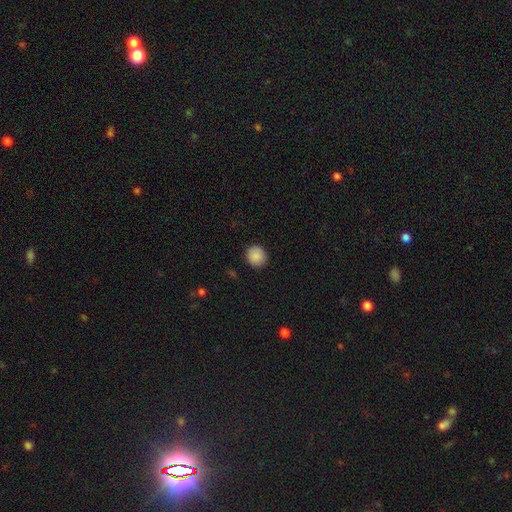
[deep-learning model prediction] Smooth or featured?
  - smooth: 88% *
  - star or artifact: 8%
  - featured or disk: 3%
How rounded?
  - round: 91% *
  - in between: 8%
  - cigar-shaped: 1%
Merging?
  - none: 91% *
  - minor disturbance: 6%
  - major disturbance: 2%
  - merger: 1%